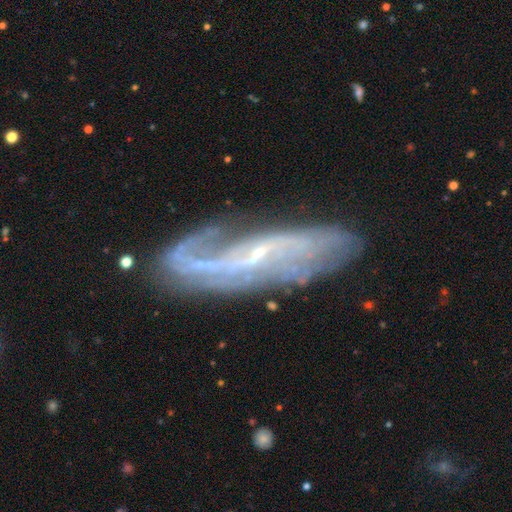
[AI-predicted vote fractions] This appears to be a featured or disk galaxy (83%) with a weak bar (39%), 2 (61%) loose (51%) spiral arms (91%) and a small central bulge (81%). Merging: none (67%).